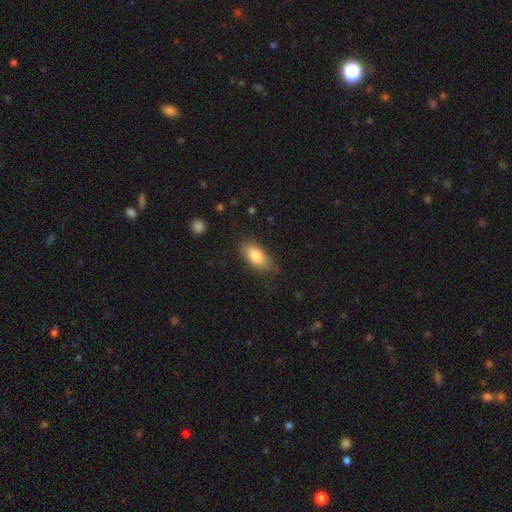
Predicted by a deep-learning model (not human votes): smooth 83%, featured or disk 10%, star or artifact 7%. Down the decision tree: how rounded — in between (87%); merging — none (77%).